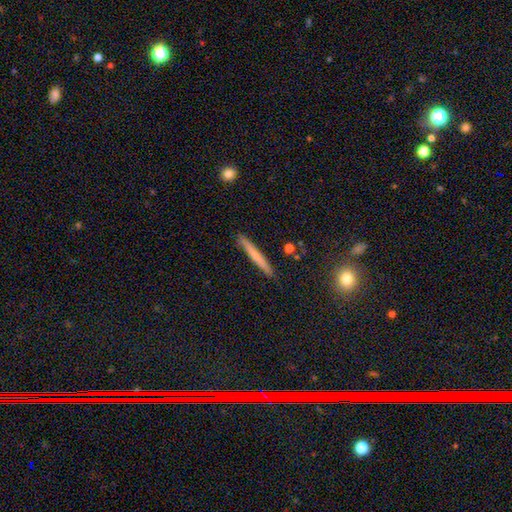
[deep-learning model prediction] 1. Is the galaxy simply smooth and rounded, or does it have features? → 61% smooth, 33% featured or disk, 6% star or artifact.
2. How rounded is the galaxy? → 96% cigar-shaped, 2% in between, 1% round.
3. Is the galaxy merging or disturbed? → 88% none, 9% minor disturbance, 2% major disturbance, 1% merger.